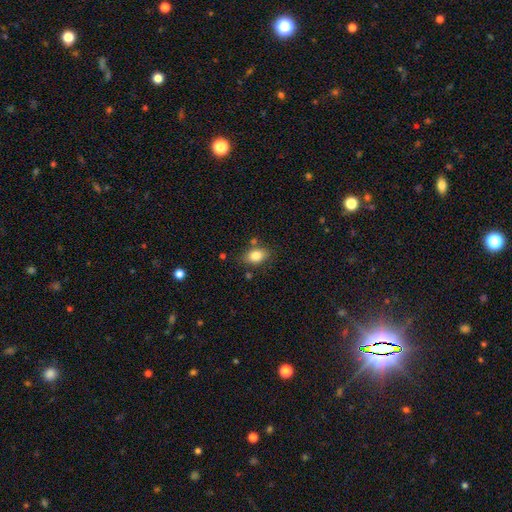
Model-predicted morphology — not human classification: Smooth or featured?
  - smooth: 83% *
  - featured or disk: 9%
  - star or artifact: 8%
How rounded?
  - in between: 84% *
  - round: 14%
  - cigar-shaped: 2%
Merging?
  - none: 76% *
  - minor disturbance: 14%
  - merger: 6%
  - major disturbance: 3%